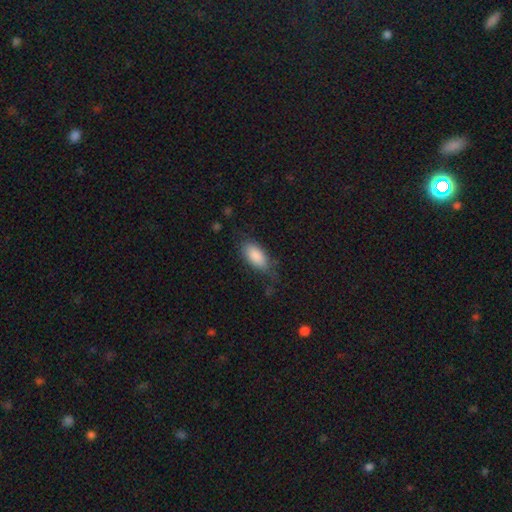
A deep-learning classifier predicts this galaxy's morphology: Q: Smooth or featured?
A: smooth (86%); runner-up: featured or disk (8%)
Q: How rounded?
A: in between (89%); runner-up: cigar-shaped (9%)
Q: Merging?
A: none (64%); runner-up: minor disturbance (25%)